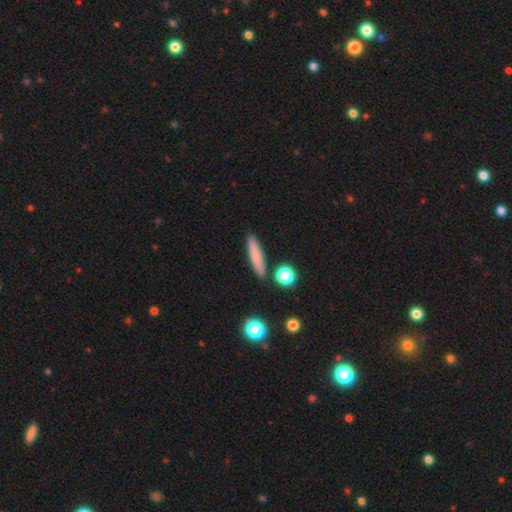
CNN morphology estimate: type=smooth (76%); roundness=cigar-shaped (81%); merging=none (86%).